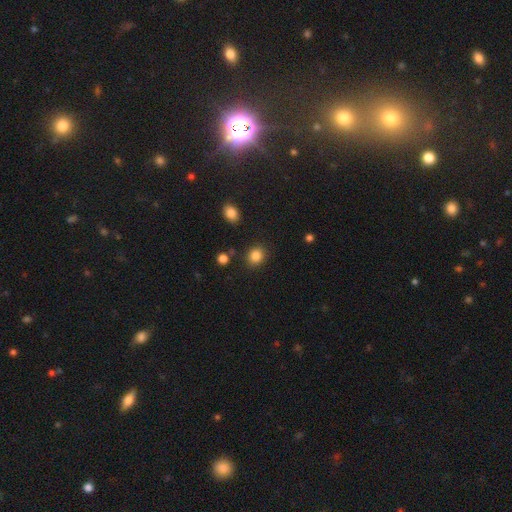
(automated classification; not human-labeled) Smooth or featured? Predicted: smooth (p=0.85). How rounded? Predicted: round (p=0.68). Merging? Predicted: none (p=0.85).